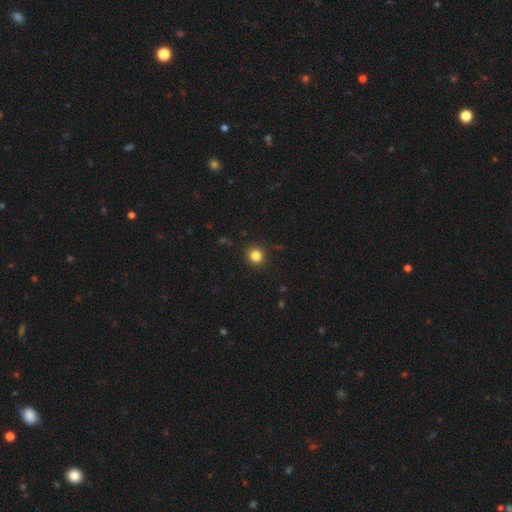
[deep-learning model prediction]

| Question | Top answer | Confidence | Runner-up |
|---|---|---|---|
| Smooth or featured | smooth | 83% | star or artifact (12%) |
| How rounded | round | 91% | in between (8%) |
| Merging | none | 91% | minor disturbance (6%) |